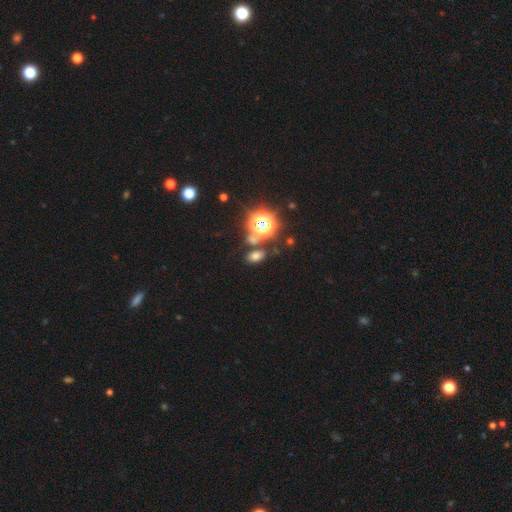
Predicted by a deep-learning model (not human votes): Q: Smooth or featured?
A: smooth (62%); runner-up: star or artifact (30%)
Q: How rounded?
A: in between (75%); runner-up: round (23%)
Q: Merging?
A: none (73%); runner-up: merger (12%)